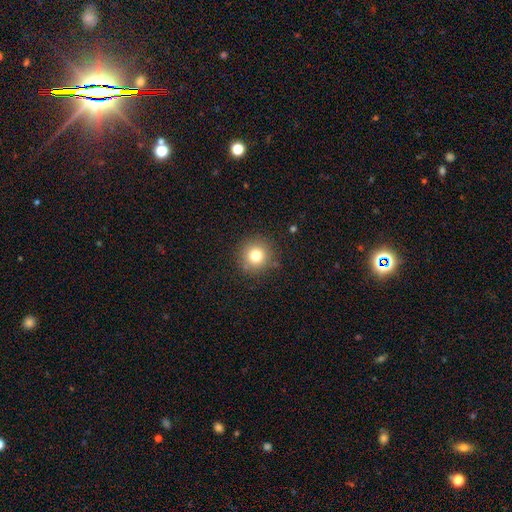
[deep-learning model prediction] Smooth or featured? smooth (78%)
How rounded? round (93%)
Merging? none (88%)